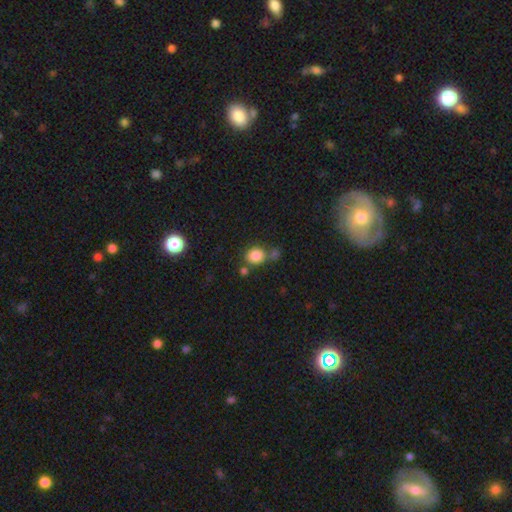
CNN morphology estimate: Smooth or featured? Predicted: smooth (p=0.84). How rounded? Predicted: round (p=0.73). Merging? Predicted: none (p=0.60).